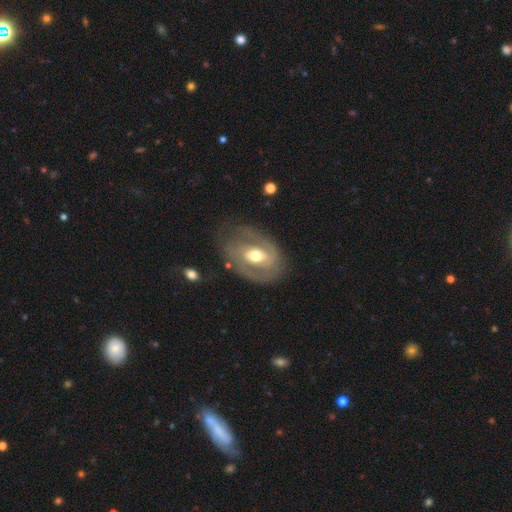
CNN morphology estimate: Smooth or featured?
  - featured or disk: 71% *
  - smooth: 23%
  - star or artifact: 6%
Edge-on disk?
  - no: 95% *
  - yes: 5%
Bar?
  - weak: 40% *
  - no: 38%
  - strong: 22%
Spiral arms?
  - yes: 63% *
  - no: 37%
Bulge size?
  - moderate: 72% *
  - large: 16%
  - small: 10%
  - dominant: 1%
  - none: 1%
Merging?
  - none: 60% *
  - minor disturbance: 23%
  - major disturbance: 15%
  - merger: 2%